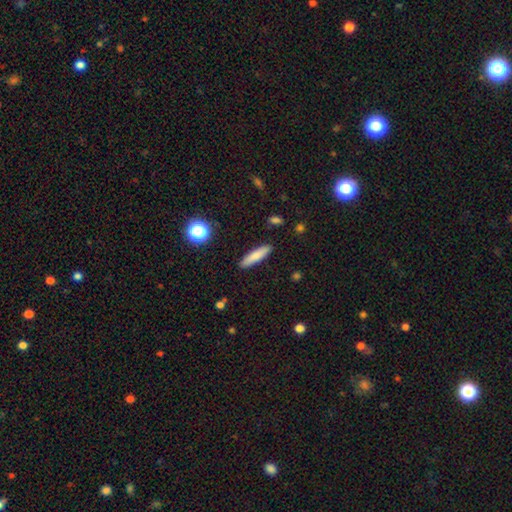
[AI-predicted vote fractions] Smooth or featured: smooth — 79% (featured or disk — 13%)
How rounded: cigar-shaped — 79% (in between — 19%)
Merging: none — 90% (minor disturbance — 7%)